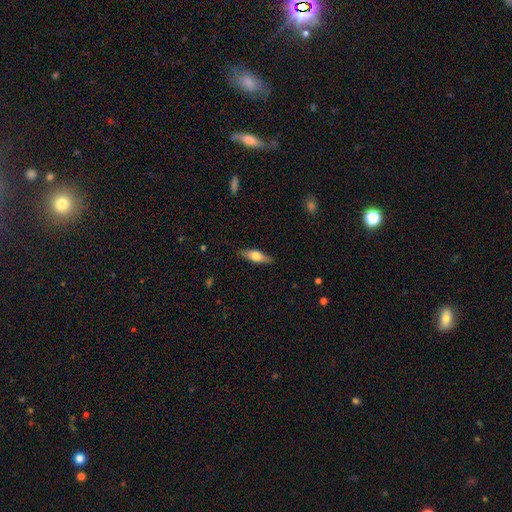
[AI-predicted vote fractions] Smooth or featured? Predicted: smooth (p=0.59). How rounded? Predicted: in between (p=0.53). Merging? Predicted: none (p=0.84).